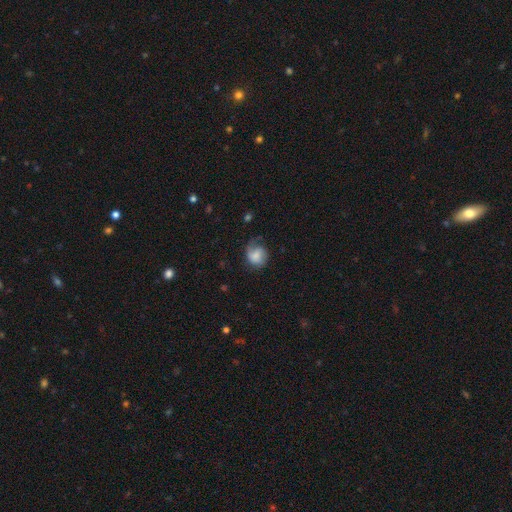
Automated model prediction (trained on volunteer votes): Smooth or featured: smooth — 61% (featured or disk — 31%)
How rounded: round — 65% (in between — 34%)
Merging: none — 48% (minor disturbance — 31%)